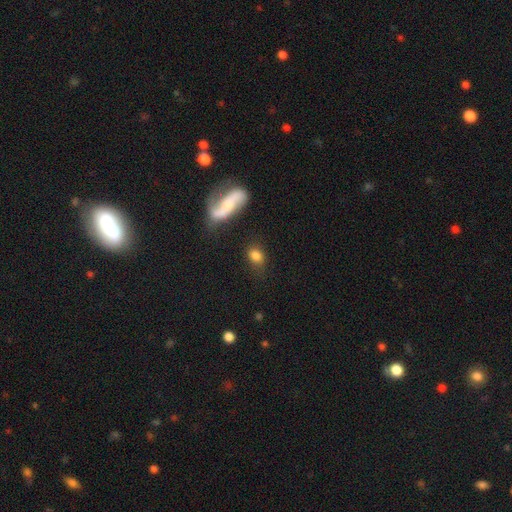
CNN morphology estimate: smooth 79%, featured or disk 12%, star or artifact 10%. Down the decision tree: how rounded — in between (63%); merging — none (71%).